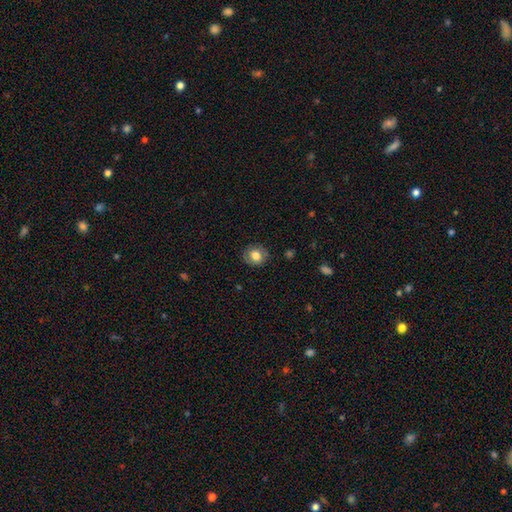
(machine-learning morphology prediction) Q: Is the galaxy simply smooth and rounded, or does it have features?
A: smooth — 74%.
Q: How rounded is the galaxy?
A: round — 72%.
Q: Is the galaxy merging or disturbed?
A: none — 83%.